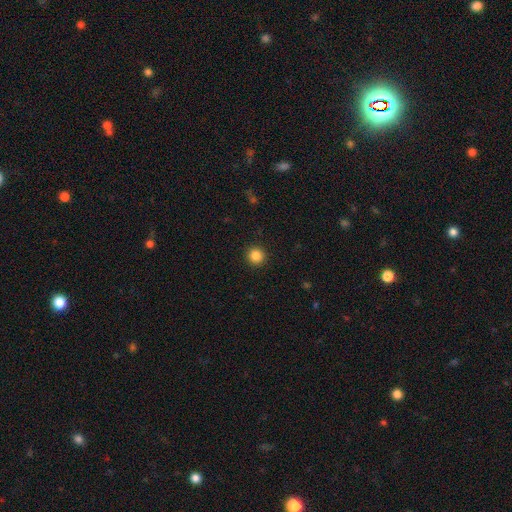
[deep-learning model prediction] The model was most divided on "smooth or featured": smooth: 86%, star or artifact: 11%, featured or disk: 4%. More confident: how rounded — round (95%); merging — none (93%).